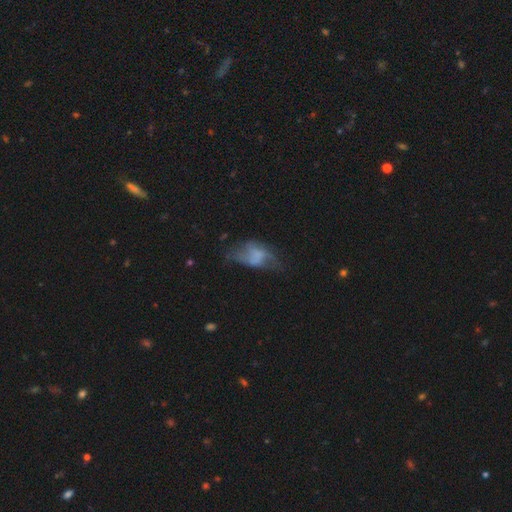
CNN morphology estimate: Q: Smooth or featured?
A: smooth (48%); runner-up: featured or disk (41%)
Q: Merging?
A: major disturbance (35%); runner-up: none (31%)